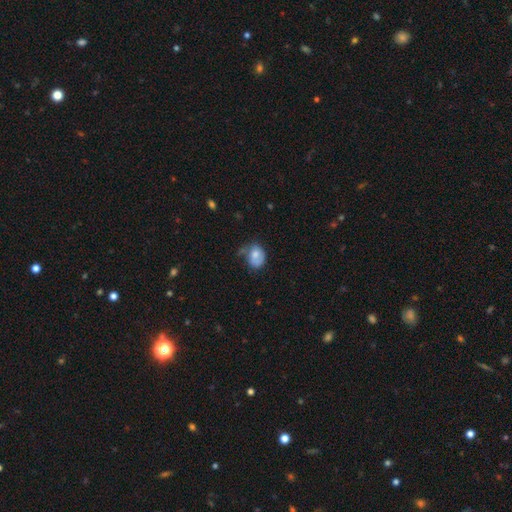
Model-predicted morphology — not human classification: smooth 65%, featured or disk 27%, star or artifact 8%. Down the decision tree: how rounded — in between (59%); merging — none (42%).